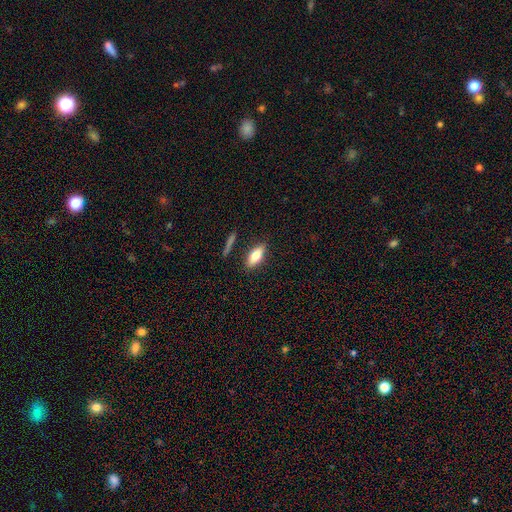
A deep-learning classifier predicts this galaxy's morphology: type=smooth (73%); roundness=in between (75%); merging=none (83%).